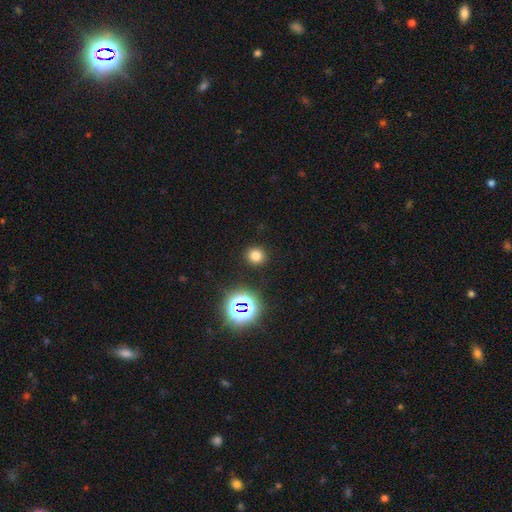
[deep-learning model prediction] smooth-or-featured: smooth: 74% | star or artifact: 20% | featured or disk: 6%
  how-rounded: round: 88% | in between: 11% | cigar-shaped: 1%
  merging: none: 91% | minor disturbance: 6% | major disturbance: 2% | merger: 2%